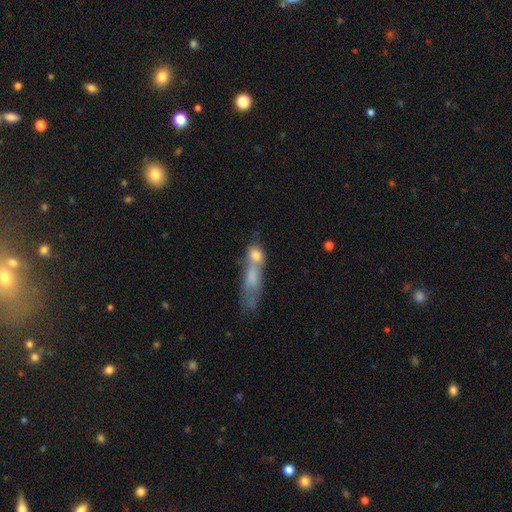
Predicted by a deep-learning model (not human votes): Smooth or featured? Predicted: smooth (p=0.46). Merging? Predicted: none (p=0.46).